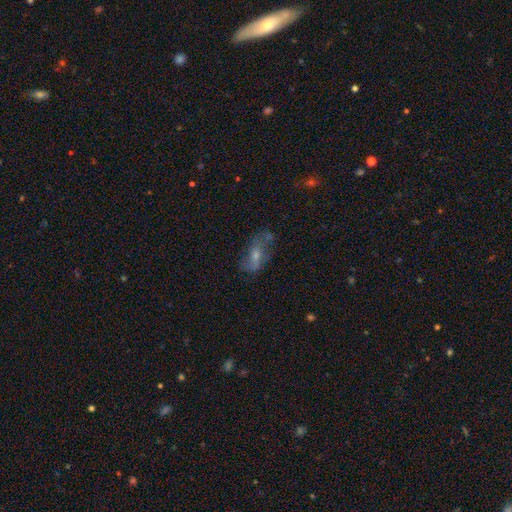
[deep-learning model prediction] smooth-or-featured: featured or disk: 47% | smooth: 42% | star or artifact: 11%
  merging: none: 50% | minor disturbance: 27% | major disturbance: 18% | merger: 6%